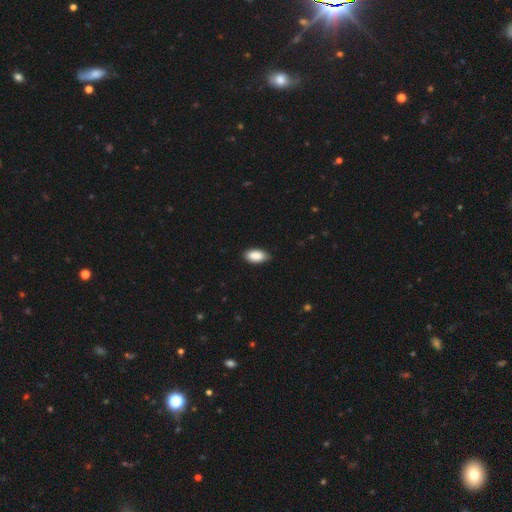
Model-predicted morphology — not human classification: type=smooth (89%); roundness=in between (94%); merging=none (84%).